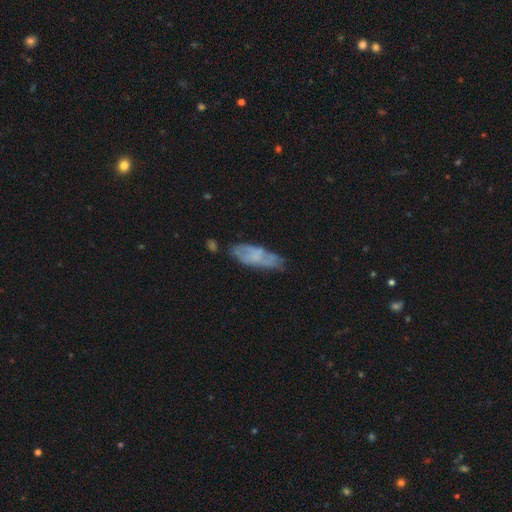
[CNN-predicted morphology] Q: Smooth or featured?
A: smooth (49%); runner-up: featured or disk (43%)
Q: Merging?
A: none (59%); runner-up: minor disturbance (27%)